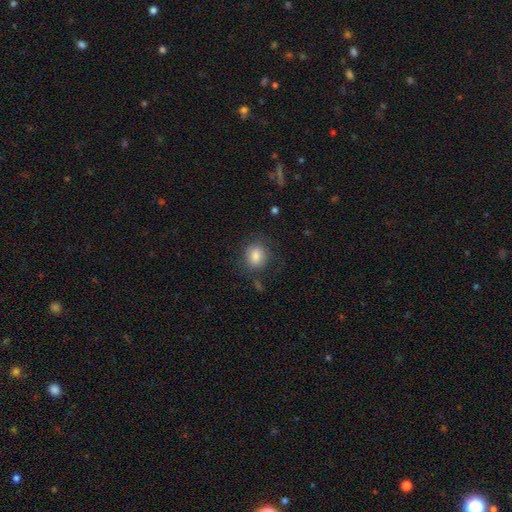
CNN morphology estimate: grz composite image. It shows a smooth galaxy with no disk features (82%) that is round (73%). Merging: none (77%).